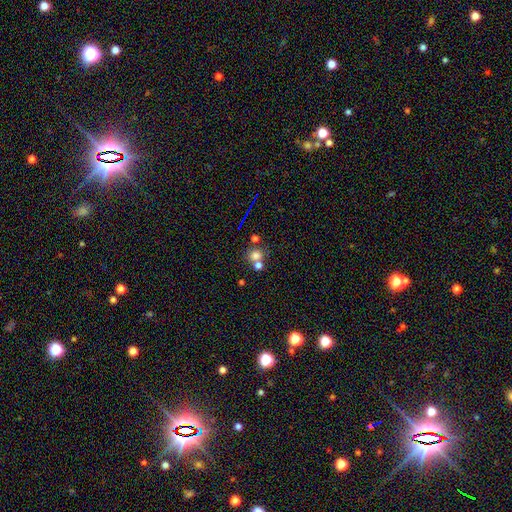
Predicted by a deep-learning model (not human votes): smooth 72%, star or artifact 16%, featured or disk 12%. Down the decision tree: how rounded — round (82%); merging — none (49%).